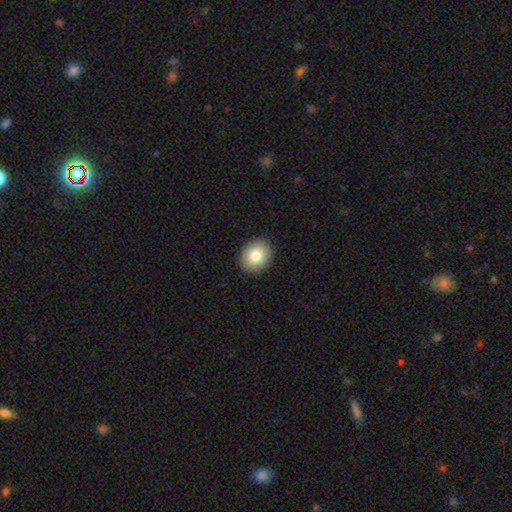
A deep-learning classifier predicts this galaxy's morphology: The model was most divided on "how rounded": round: 69%, in between: 30%, cigar-shaped: 1%. More confident: merging — none (91%); smooth or featured — smooth (82%).